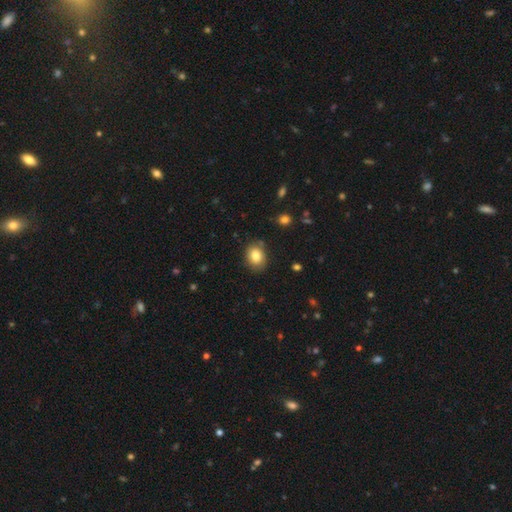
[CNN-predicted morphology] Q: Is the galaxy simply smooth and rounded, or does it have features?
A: smooth — 83%.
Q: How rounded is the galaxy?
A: in between — 56%.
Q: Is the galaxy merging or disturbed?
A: none — 82%.